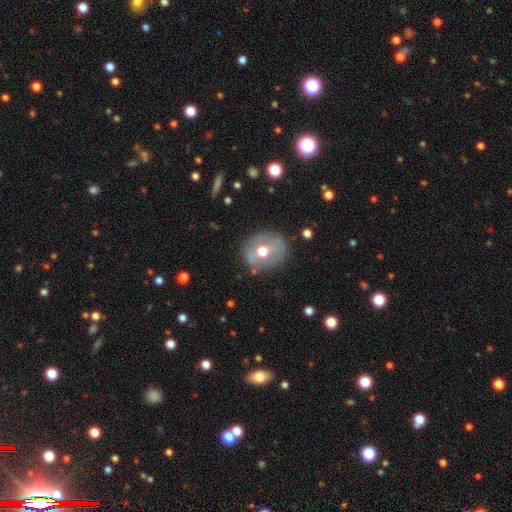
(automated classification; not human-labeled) This appears to be a smooth galaxy with no disk features (51%) that is round (75%). Merging: none (79%).